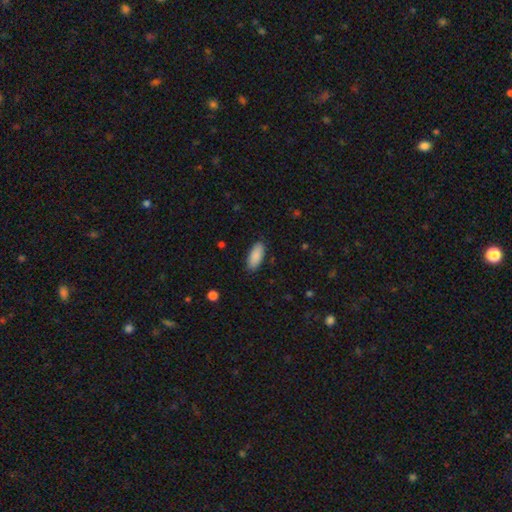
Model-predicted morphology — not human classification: A smooth galaxy with no disk features (89%) that is in between round and cigar-shaped (85%). Merging: none (87%).